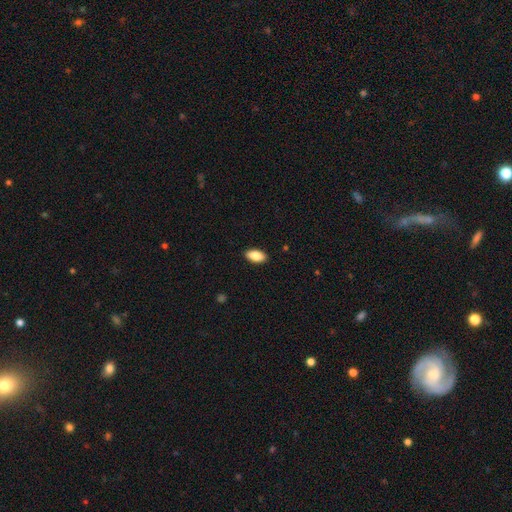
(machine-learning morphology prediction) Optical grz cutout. It shows a smooth galaxy with no disk features (85%) that is in between round and cigar-shaped (92%). Merging: none (90%).